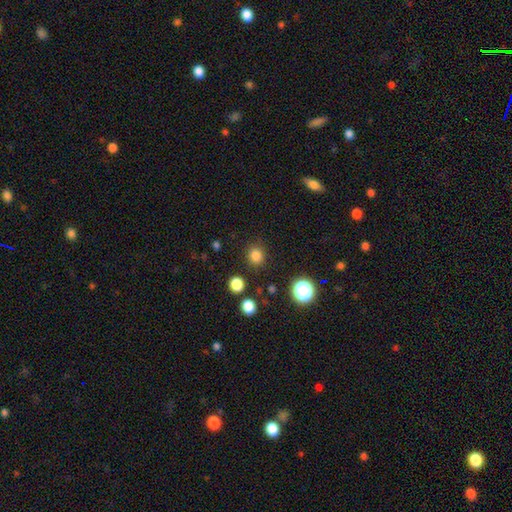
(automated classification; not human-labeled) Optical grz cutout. It shows a smooth galaxy with no disk features (82%) that is round (89%). Merging: none (88%).